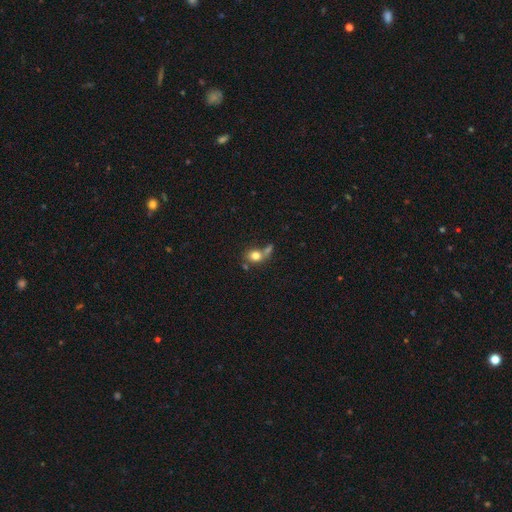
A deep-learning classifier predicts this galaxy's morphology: This appears to be a smooth galaxy with no disk features (77%) that is round (57%). Merging: none (40%).